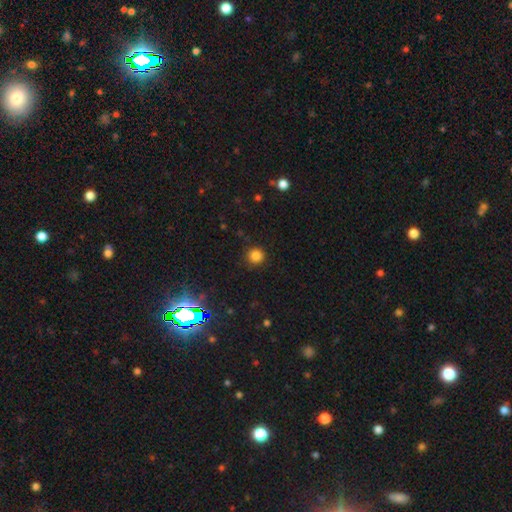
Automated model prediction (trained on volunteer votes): Smooth or featured? Predicted: smooth (p=0.81). How rounded? Predicted: round (p=0.94). Merging? Predicted: none (p=0.90).